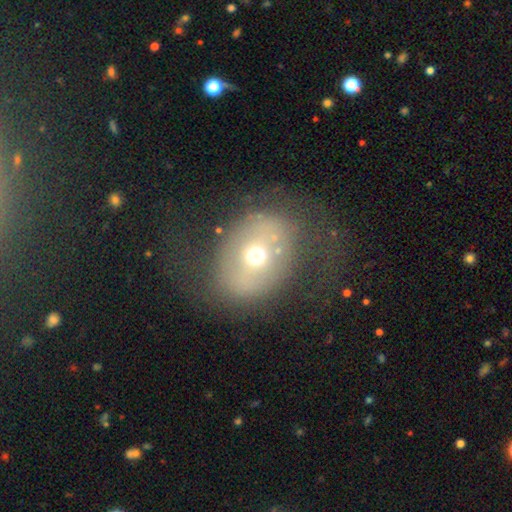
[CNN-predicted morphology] Overall: smooth (48%; featured or disk 40%). Merging: none (62%).